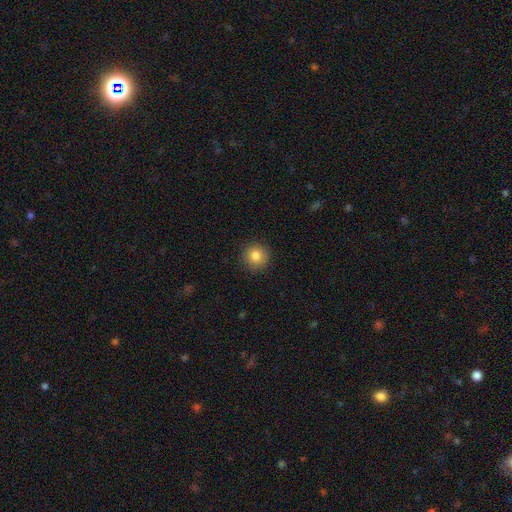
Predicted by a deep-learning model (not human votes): Smooth or featured? smooth (83%)
How rounded? round (94%)
Merging? none (91%)